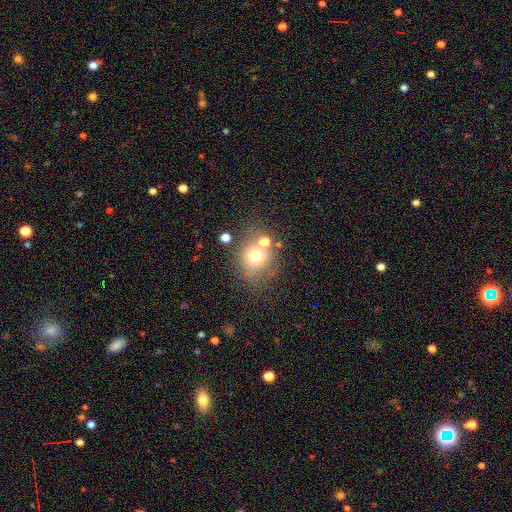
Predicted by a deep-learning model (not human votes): Smooth or featured? Predicted: smooth (p=0.65). How rounded? Predicted: round (p=0.77). Merging? Predicted: none (p=0.59).